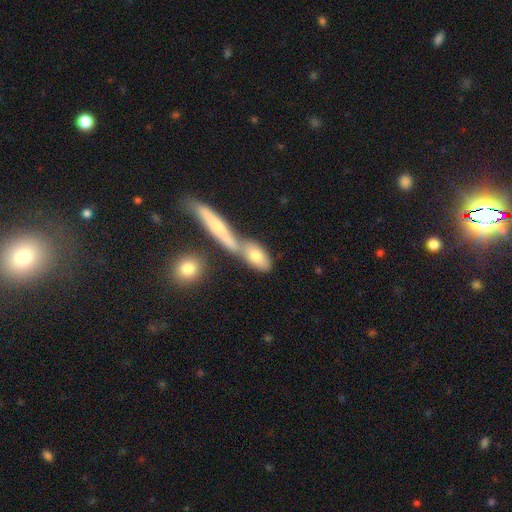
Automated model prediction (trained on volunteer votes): smooth-or-featured: smooth: 74% | featured or disk: 19% | star or artifact: 7%
  how-rounded: in between: 70% | cigar-shaped: 24% | round: 7%
  merging: none: 45% | merger: 38% | minor disturbance: 12% | major disturbance: 5%